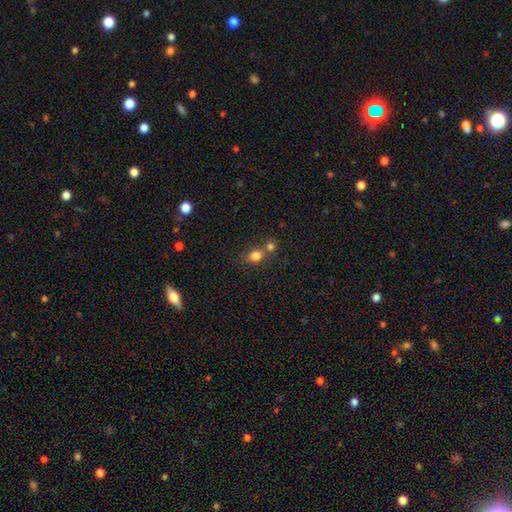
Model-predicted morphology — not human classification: type=smooth (80%); roundness=round (69%); merging=none (47%).